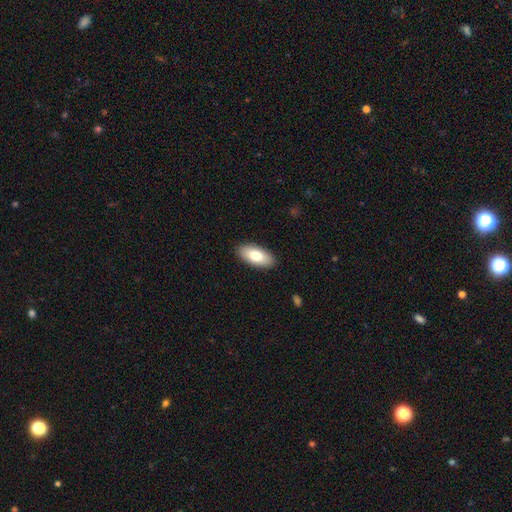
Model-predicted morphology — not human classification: Smooth or featured: smooth — 79% (featured or disk — 15%)
How rounded: in between — 91% (cigar-shaped — 7%)
Merging: none — 89% (minor disturbance — 8%)